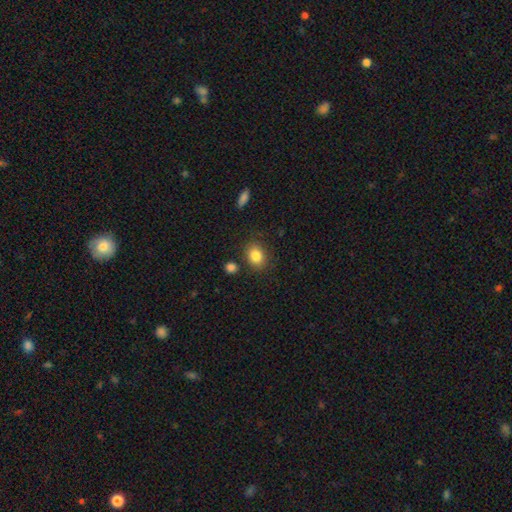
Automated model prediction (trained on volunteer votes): smooth_or_featured: smooth (p=0.85) [alt: star or artifact p=0.09]
how_rounded: in between (p=0.53) [alt: round p=0.46]
merging: none (p=0.81) [alt: minor disturbance p=0.11]